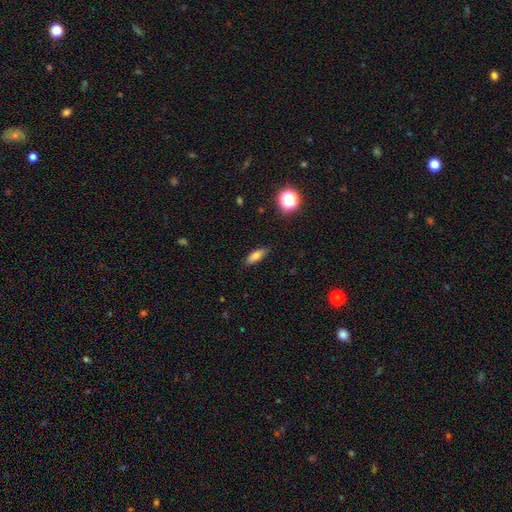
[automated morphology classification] smooth 76%, featured or disk 14%, star or artifact 10%. Down the decision tree: how rounded — in between (64%); merging — none (85%).